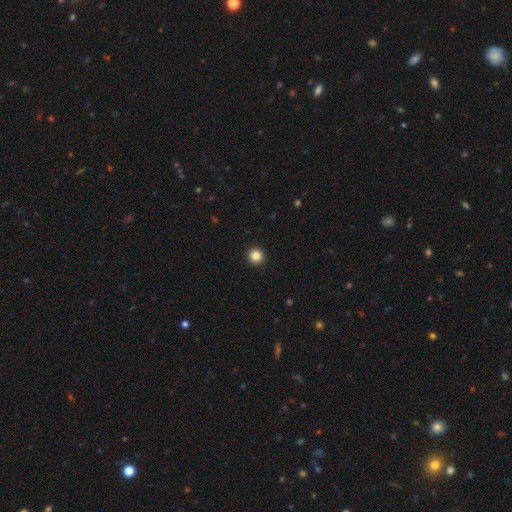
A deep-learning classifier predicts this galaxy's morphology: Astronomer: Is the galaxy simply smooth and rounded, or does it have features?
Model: smooth — 85%.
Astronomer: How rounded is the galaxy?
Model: round — 96%.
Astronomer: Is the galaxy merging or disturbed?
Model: none — 94%.